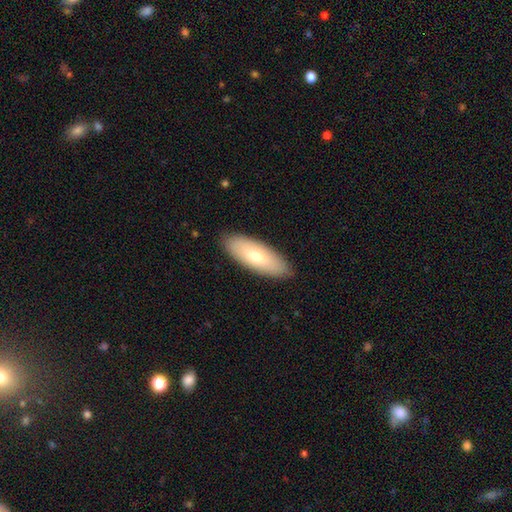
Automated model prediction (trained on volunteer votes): Smooth or featured: smooth — 69% (featured or disk — 26%)
How rounded: in between — 73% (cigar-shaped — 25%)
Merging: none — 88% (minor disturbance — 9%)